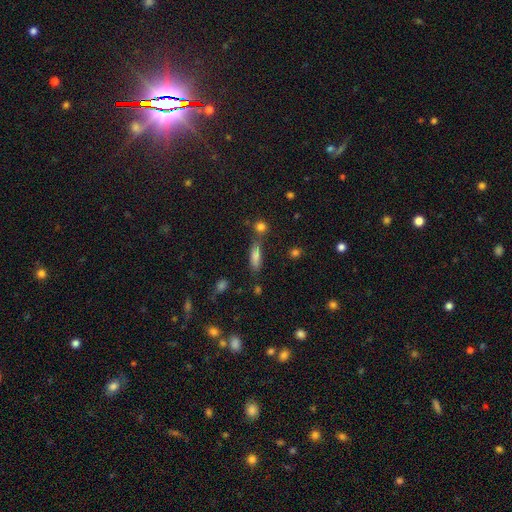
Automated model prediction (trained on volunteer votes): Morphology: type=smooth (73%); roundness=cigar-shaped (55%); merging=none (68%).